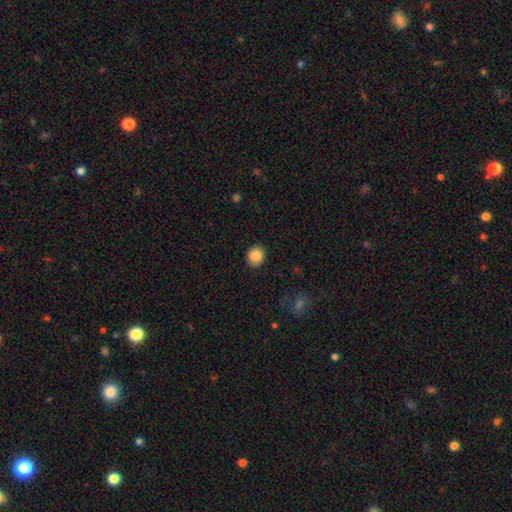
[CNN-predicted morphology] Smooth or featured?
  - smooth: 88% *
  - star or artifact: 8%
  - featured or disk: 4%
How rounded?
  - round: 81% *
  - in between: 18%
  - cigar-shaped: 1%
Merging?
  - none: 88% *
  - minor disturbance: 9%
  - major disturbance: 2%
  - merger: 1%